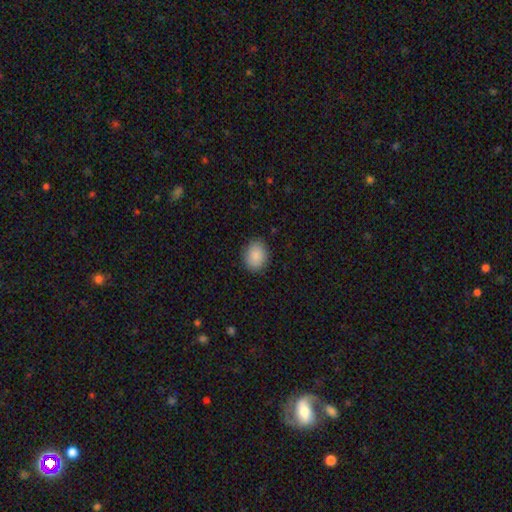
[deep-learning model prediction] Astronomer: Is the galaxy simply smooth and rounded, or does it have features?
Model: smooth — 89%.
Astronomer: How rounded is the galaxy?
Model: in between — 53% (runner-up: round, 47%).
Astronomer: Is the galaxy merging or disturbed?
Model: none — 87%.